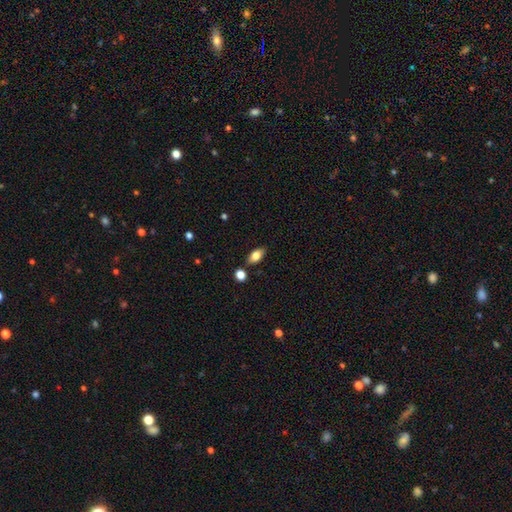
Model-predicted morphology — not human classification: Q: Smooth or featured?
A: smooth (78%); runner-up: featured or disk (14%)
Q: How rounded?
A: in between (88%); runner-up: round (7%)
Q: Merging?
A: none (82%); runner-up: minor disturbance (11%)